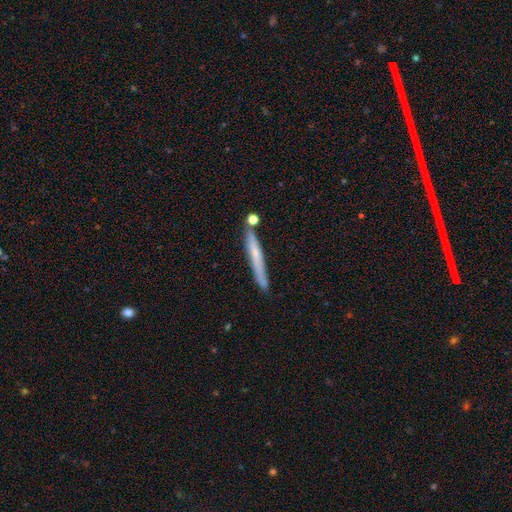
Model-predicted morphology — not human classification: smooth_or_featured: smooth (p=0.48) [alt: featured or disk p=0.45]
merging: none (p=0.79) [alt: minor disturbance p=0.13]